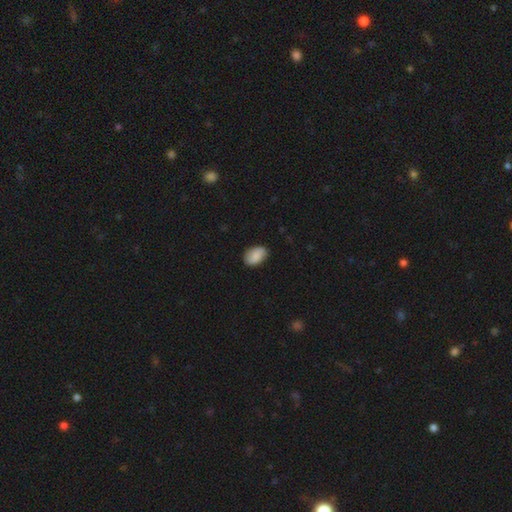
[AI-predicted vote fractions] Q: Smooth or featured?
A: smooth (78%); runner-up: featured or disk (14%)
Q: How rounded?
A: in between (86%); runner-up: round (12%)
Q: Merging?
A: none (82%); runner-up: minor disturbance (14%)